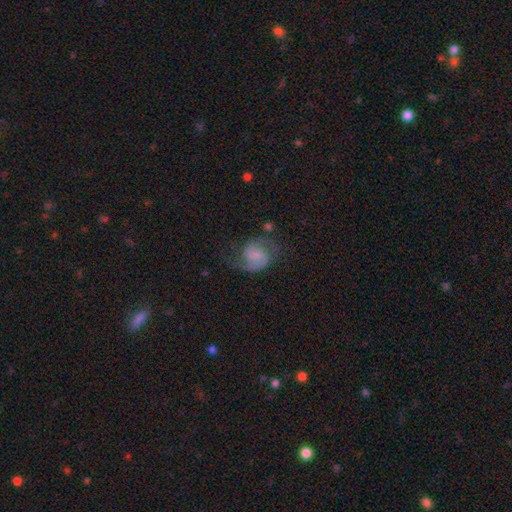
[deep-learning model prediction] A featured or disk galaxy (80%) with no bar (48%), 2 (92%) medium (52%) spiral arms (96%) and no central bulge (46%). Merging: none (68%).